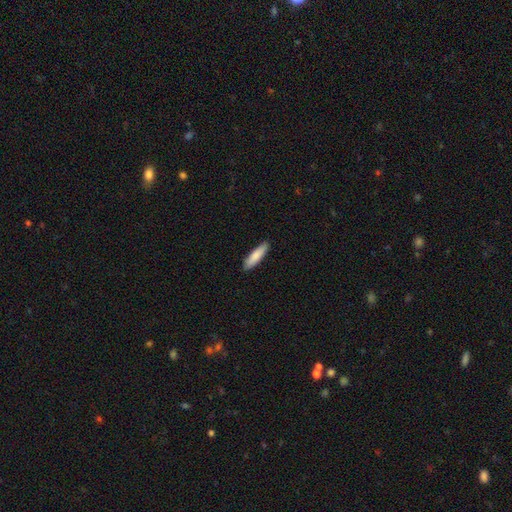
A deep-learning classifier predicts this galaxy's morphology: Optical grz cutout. It shows a smooth galaxy with no disk features (83%) that is cigar-shaped (72%). Merging: none (89%).